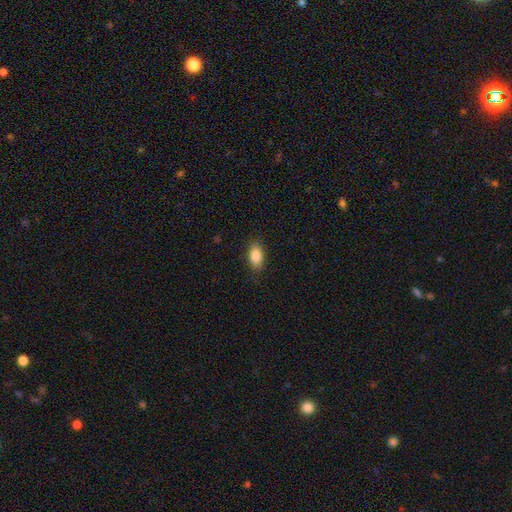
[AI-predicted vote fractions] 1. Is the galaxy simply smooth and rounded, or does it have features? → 87% smooth, 7% star or artifact, 6% featured or disk.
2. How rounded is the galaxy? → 90% in between, 6% round, 4% cigar-shaped.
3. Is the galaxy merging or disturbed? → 85% none, 11% minor disturbance, 3% major disturbance, 1% merger.